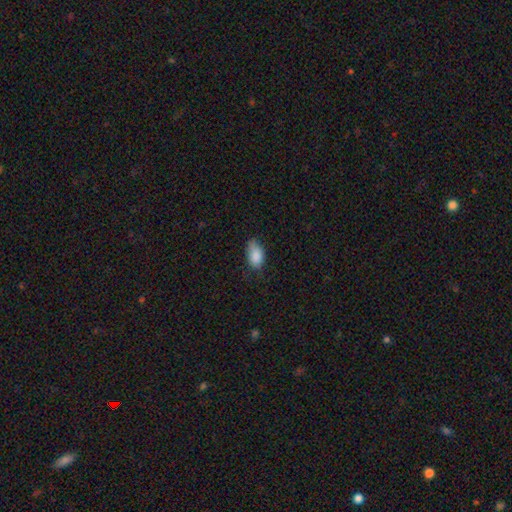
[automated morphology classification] The model was most divided on "merging": none: 55%, minor disturbance: 35%, major disturbance: 8%, merger: 2%. More confident: how rounded — in between (92%); smooth or featured — smooth (87%).